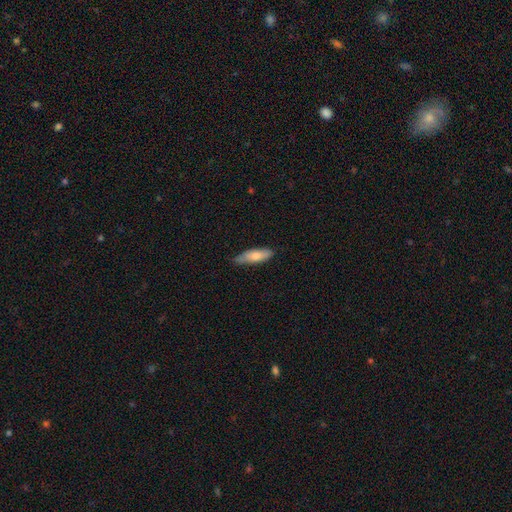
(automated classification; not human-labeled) smooth-or-featured: smooth: 72% | featured or disk: 22% | star or artifact: 6%
  how-rounded: in between: 49% (tied) | cigar-shaped: 49% (tied) | round: 2%
  merging: none: 75% | minor disturbance: 21% | major disturbance: 3% | merger: 1%